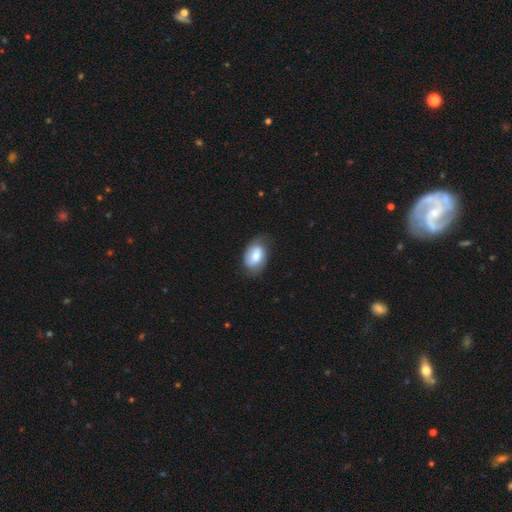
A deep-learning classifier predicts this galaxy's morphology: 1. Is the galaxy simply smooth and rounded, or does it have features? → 66% smooth, 27% featured or disk, 6% star or artifact.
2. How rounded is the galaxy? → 88% in between, 10% round, 1% cigar-shaped.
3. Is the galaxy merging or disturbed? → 67% none, 24% minor disturbance, 8% major disturbance, 1% merger.